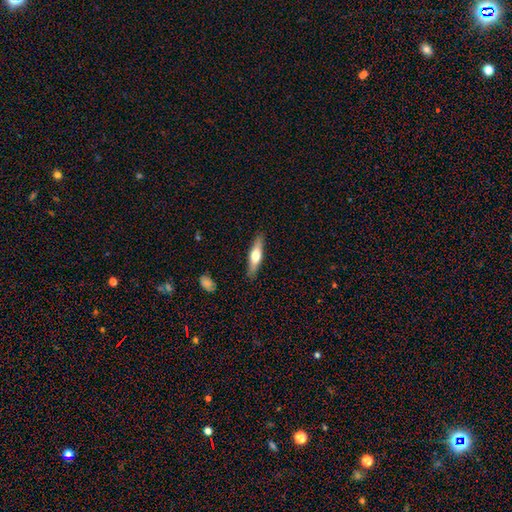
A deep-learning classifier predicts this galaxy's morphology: A smooth galaxy with no disk features (50%) that is cigar-shaped (73%). Merging: none (88%).